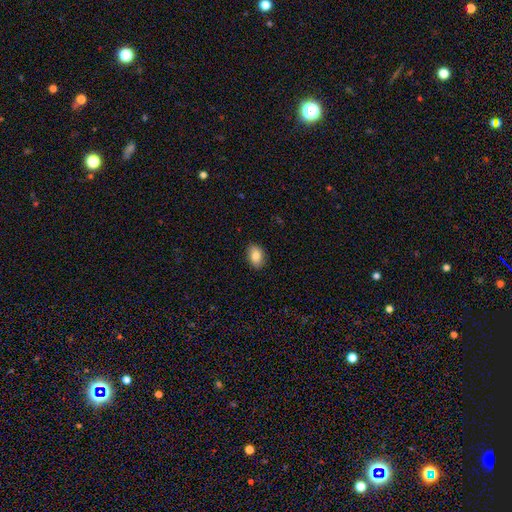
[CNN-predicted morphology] Overall: smooth (84%). How rounded: in between (82%). Merging: none (88%).